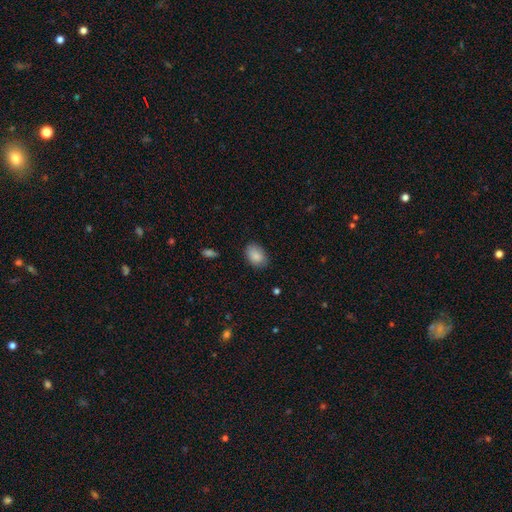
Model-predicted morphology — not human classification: This is clearly a smooth galaxy (87%). How rounded: clearly in between (81%). Merging: clearly none (82%).